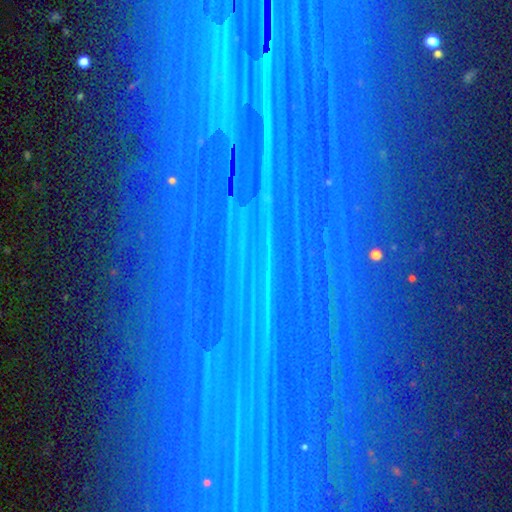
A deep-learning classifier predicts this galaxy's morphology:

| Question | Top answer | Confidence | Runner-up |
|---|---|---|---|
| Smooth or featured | star or artifact | 85% | featured or disk (8%) |